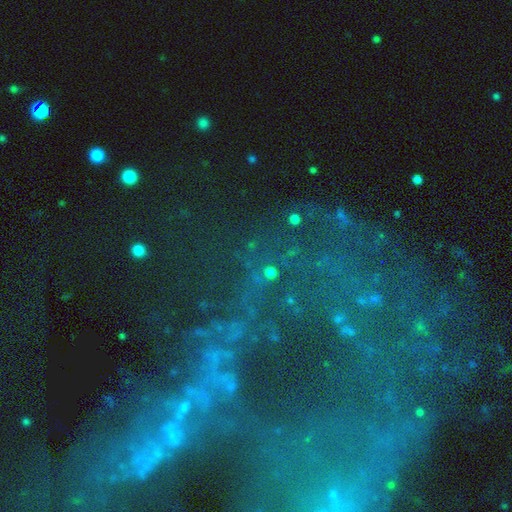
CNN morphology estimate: Smooth or featured? Predicted: star or artifact (p=0.55).